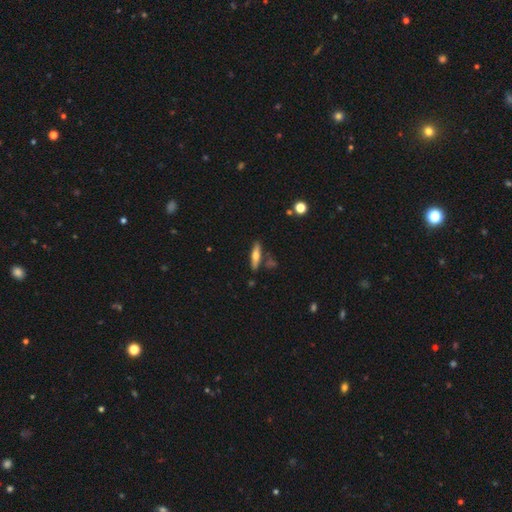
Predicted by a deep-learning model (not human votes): Smooth or featured? smooth (53%)
How rounded? cigar-shaped (72%)
Merging? none (78%)